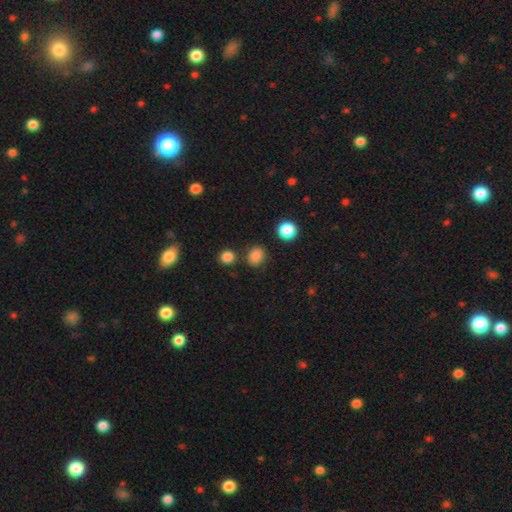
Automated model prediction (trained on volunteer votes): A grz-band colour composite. It shows a smooth galaxy with no disk features (83%) that is round (72%). Merging: none (82%).